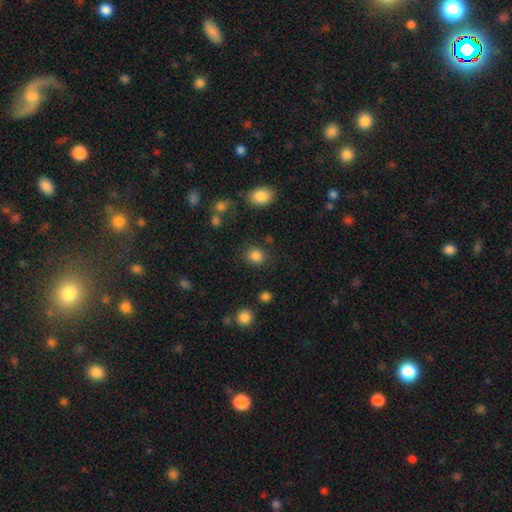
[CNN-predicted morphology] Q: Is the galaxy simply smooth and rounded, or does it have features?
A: smooth — 85%.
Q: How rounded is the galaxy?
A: round — 79%.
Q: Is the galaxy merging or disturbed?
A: none — 84%.